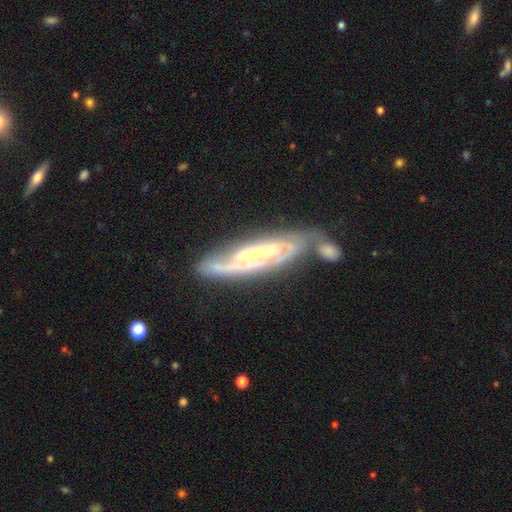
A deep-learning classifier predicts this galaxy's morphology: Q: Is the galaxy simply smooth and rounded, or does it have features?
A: featured or disk — 83%.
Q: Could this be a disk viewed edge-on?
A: no — 76%.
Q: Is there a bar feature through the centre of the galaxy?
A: no — 50%.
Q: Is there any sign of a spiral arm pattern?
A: yes — 93%.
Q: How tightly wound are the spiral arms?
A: tight — 64%.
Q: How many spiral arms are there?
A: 2 — 43%.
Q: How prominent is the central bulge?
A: small — 68%.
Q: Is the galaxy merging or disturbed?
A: none — 54%.